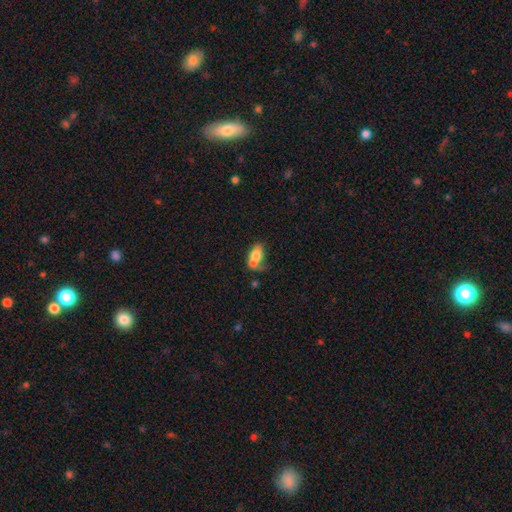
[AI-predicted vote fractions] Smooth or featured? smooth (69%)
How rounded? in between (85%)
Merging? merger (47%)